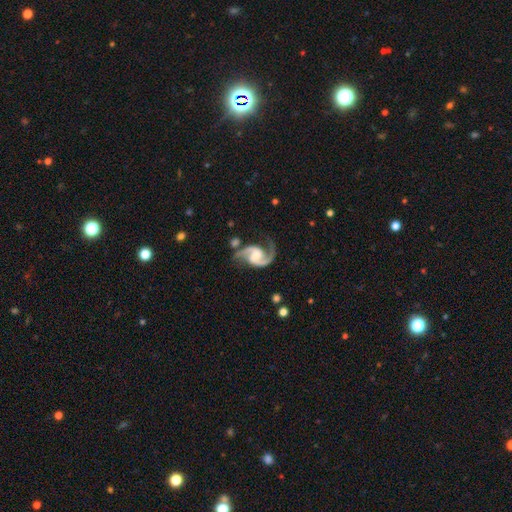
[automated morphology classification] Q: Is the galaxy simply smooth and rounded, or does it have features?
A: featured or disk — 93%.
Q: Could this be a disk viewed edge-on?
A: no — 98%.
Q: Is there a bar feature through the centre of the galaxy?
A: weak — 43%.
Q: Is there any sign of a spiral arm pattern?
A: yes — 98%.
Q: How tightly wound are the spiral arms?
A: medium — 58%.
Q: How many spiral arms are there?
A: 2 — 94%.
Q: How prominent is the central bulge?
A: none — 30%, tied with moderate.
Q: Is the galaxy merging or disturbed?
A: none — 72%.